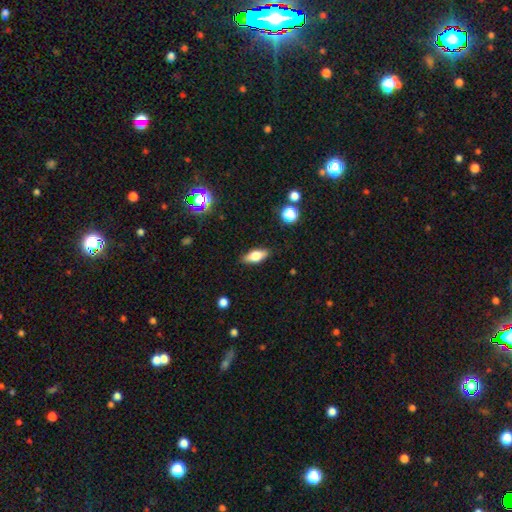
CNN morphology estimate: Q: Smooth or featured?
A: smooth (64%); runner-up: featured or disk (27%)
Q: How rounded?
A: in between (76%); runner-up: cigar-shaped (20%)
Q: Merging?
A: none (86%); runner-up: minor disturbance (10%)